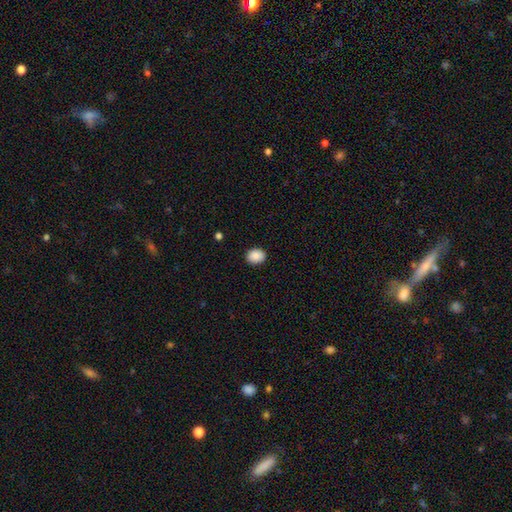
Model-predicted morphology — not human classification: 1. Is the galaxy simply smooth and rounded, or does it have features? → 89% smooth, 8% star or artifact, 3% featured or disk.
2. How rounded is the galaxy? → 50% in between, 49% round, 1% cigar-shaped.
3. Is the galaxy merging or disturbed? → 90% none, 7% minor disturbance, 2% major disturbance, 1% merger.